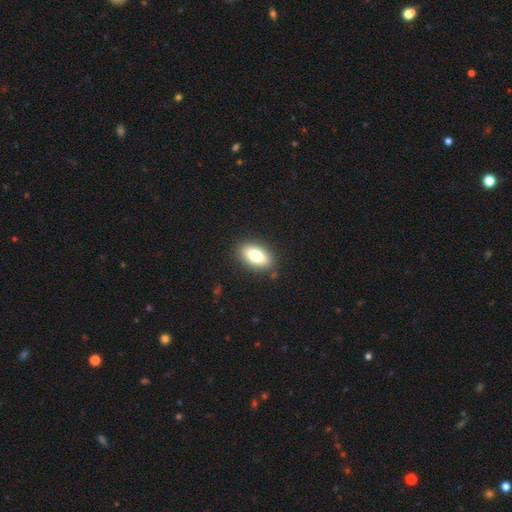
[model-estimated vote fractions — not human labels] This is likely a smooth galaxy (78%). How rounded: clearly in between (89%). Merging: clearly none (87%).